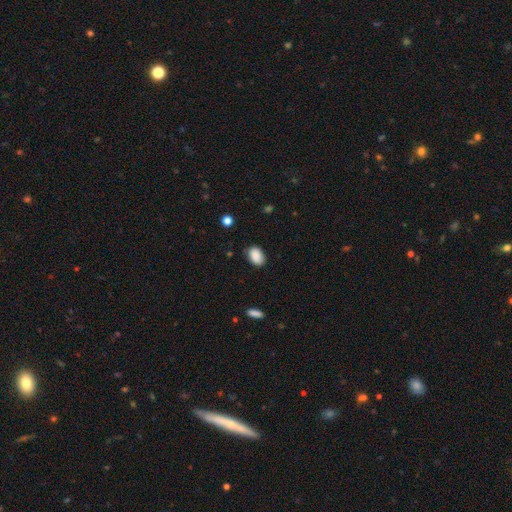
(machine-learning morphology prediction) Smooth or featured? Predicted: smooth (p=0.89). How rounded? Predicted: in between (p=0.85). Merging? Predicted: none (p=0.80).